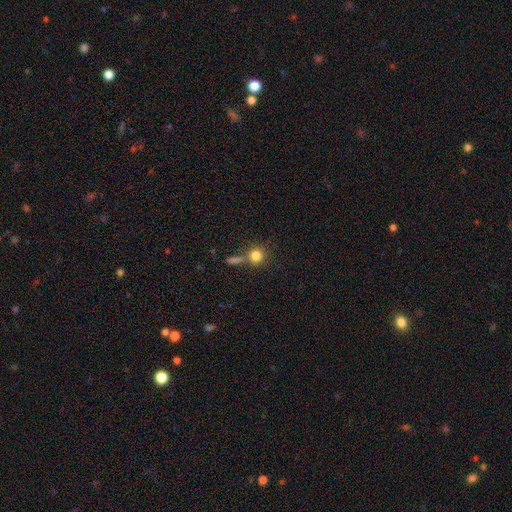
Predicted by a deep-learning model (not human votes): Smooth or featured? Predicted: smooth (p=0.81). How rounded? Predicted: round (p=0.89). Merging? Predicted: none (p=0.64).